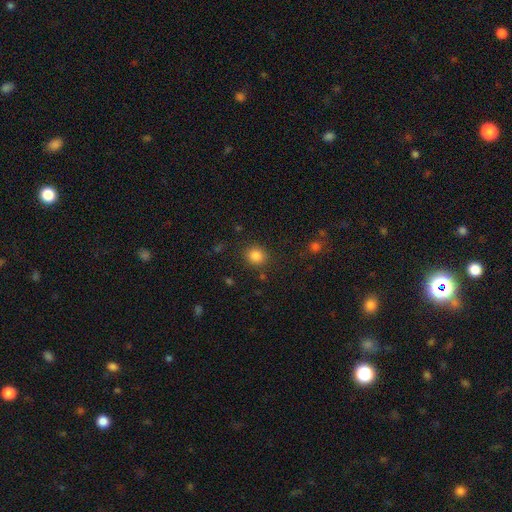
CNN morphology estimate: Overall: smooth (85%). How rounded: round (82%). Merging: none (86%).